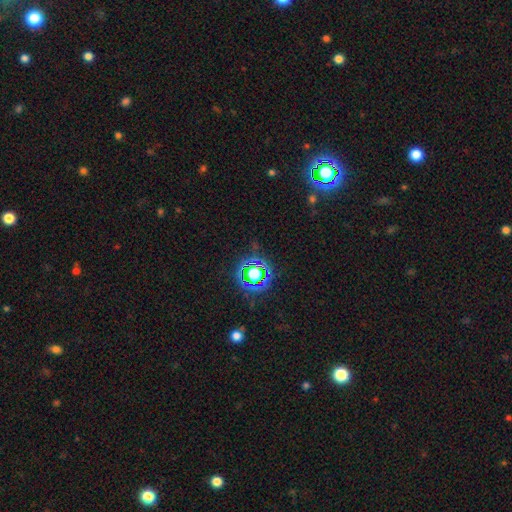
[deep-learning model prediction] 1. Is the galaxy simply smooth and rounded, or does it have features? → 79% star or artifact, 13% smooth, 8% featured or disk.